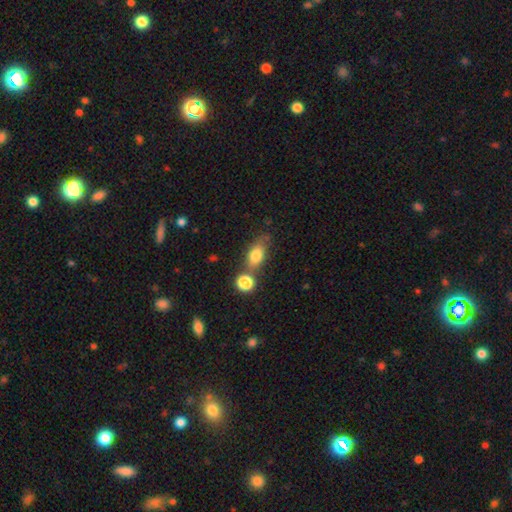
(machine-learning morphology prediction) smooth-or-featured: smooth: 79% | featured or disk: 12% | star or artifact: 9%
  how-rounded: in between: 79% | round: 13% | cigar-shaped: 8%
  merging: none: 54% | merger: 23% | minor disturbance: 17% | major disturbance: 6%